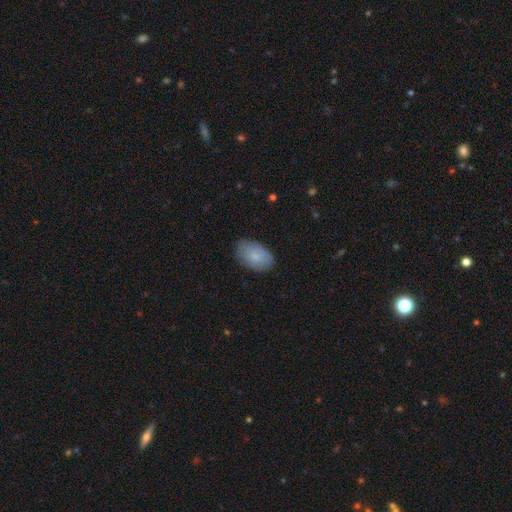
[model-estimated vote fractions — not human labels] The model was most divided on "merging": none: 79%, minor disturbance: 17%, major disturbance: 3%, merger: 1%. More confident: how rounded — in between (92%); smooth or featured — smooth (80%).